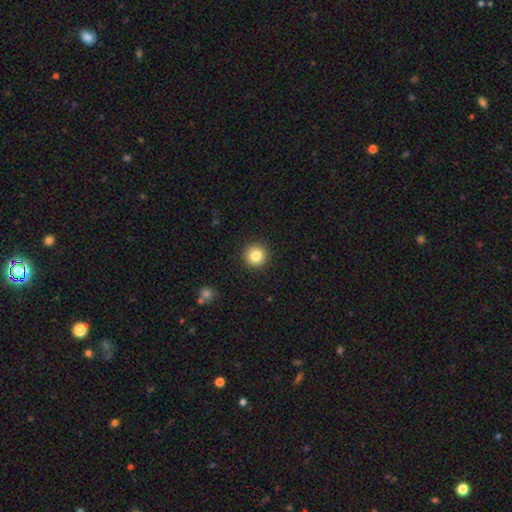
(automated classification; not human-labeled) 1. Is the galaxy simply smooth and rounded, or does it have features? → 84% smooth, 10% star or artifact, 7% featured or disk.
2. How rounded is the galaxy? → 95% round, 4% in between, 1% cigar-shaped.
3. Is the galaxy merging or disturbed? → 92% none, 5% minor disturbance, 2% major disturbance, 1% merger.